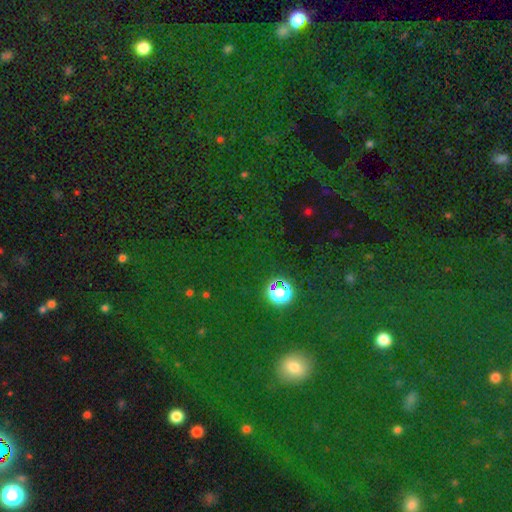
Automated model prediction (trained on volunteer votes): Q: Smooth or featured?
A: star or artifact (66%); runner-up: smooth (27%)